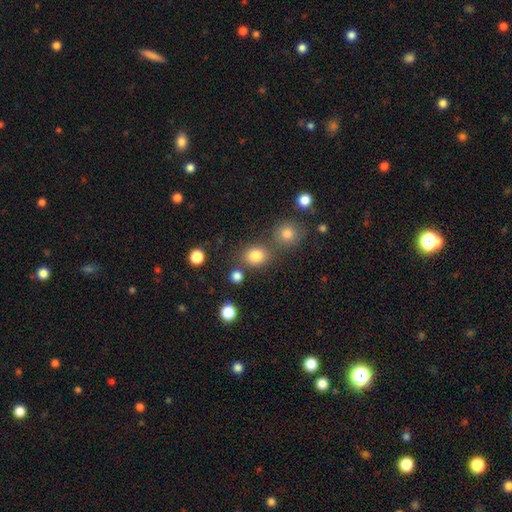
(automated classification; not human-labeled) The model was most divided on "how rounded": round: 71%, in between: 28%, cigar-shaped: 1%. More confident: smooth or featured — smooth (82%); merging — none (67%).